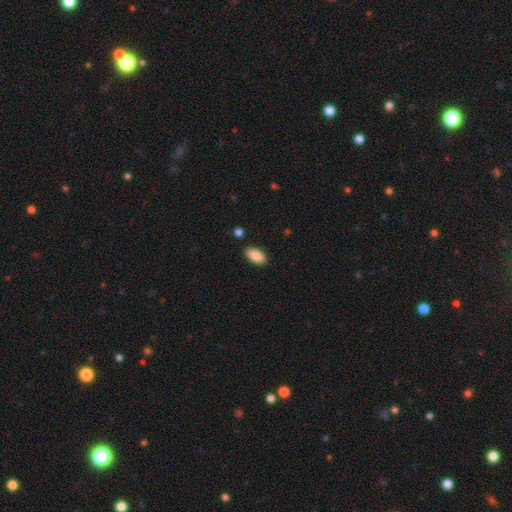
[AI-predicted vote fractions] A smooth galaxy with no disk features (89%) that is in between round and cigar-shaped (93%). Merging: none (88%).